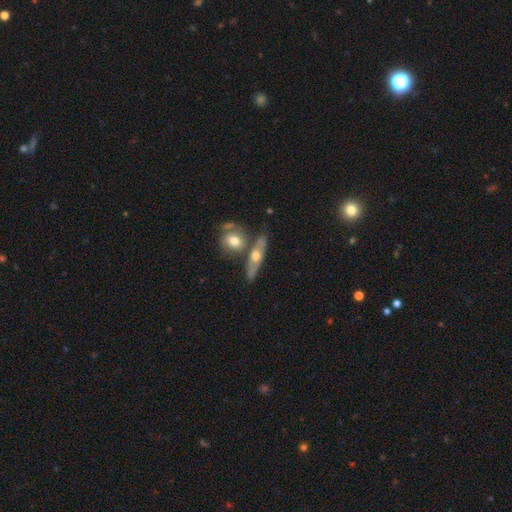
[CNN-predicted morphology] Smooth or featured? Predicted: featured or disk (p=0.58). Edge-on disk? Predicted: yes (p=0.70). Merging? Predicted: none (p=0.55).